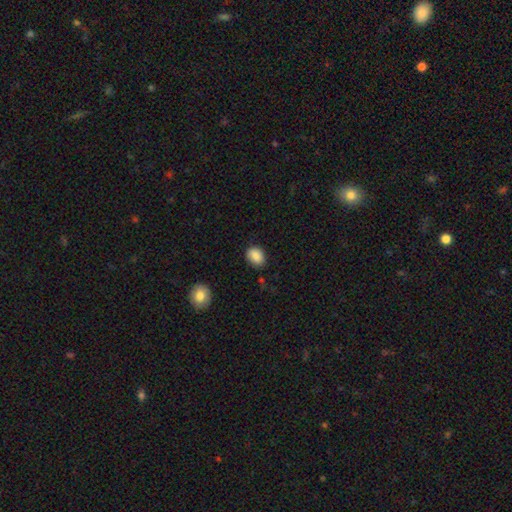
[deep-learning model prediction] Smooth or featured? Predicted: smooth (p=0.87). How rounded? Predicted: in between (p=0.64). Merging? Predicted: none (p=0.80).